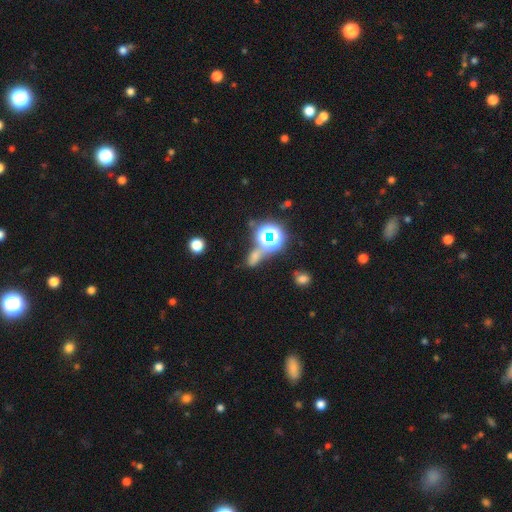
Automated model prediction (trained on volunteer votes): Morphology: type=star or artifact (47%).